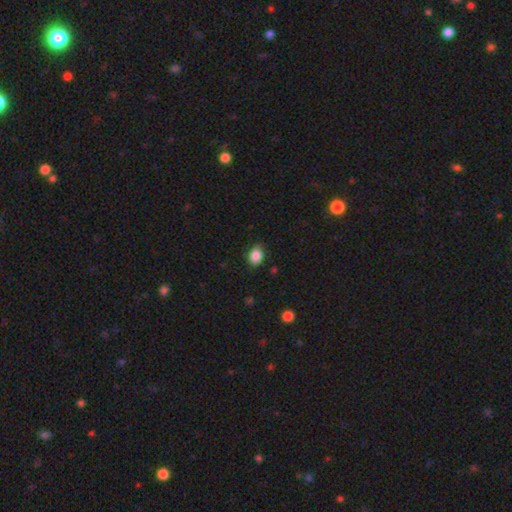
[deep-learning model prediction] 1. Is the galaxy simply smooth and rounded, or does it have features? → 86% smooth, 8% star or artifact, 6% featured or disk.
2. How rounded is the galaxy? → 71% in between, 28% round, 1% cigar-shaped.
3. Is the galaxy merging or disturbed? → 84% none, 13% minor disturbance, 2% major disturbance, 1% merger.